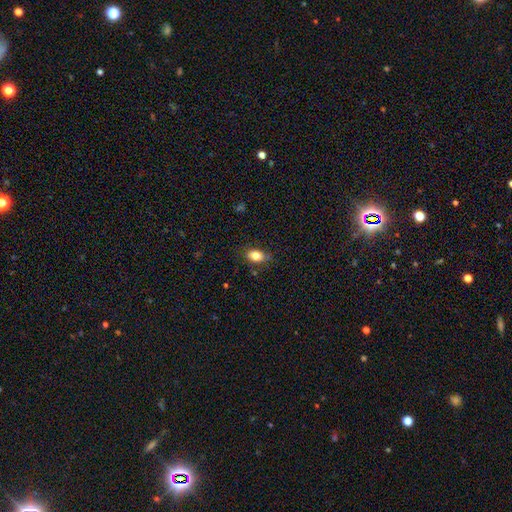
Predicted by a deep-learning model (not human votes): Q: Smooth or featured?
A: smooth (83%); runner-up: star or artifact (9%)
Q: How rounded?
A: in between (86%); runner-up: round (12%)
Q: Merging?
A: none (80%); runner-up: minor disturbance (16%)